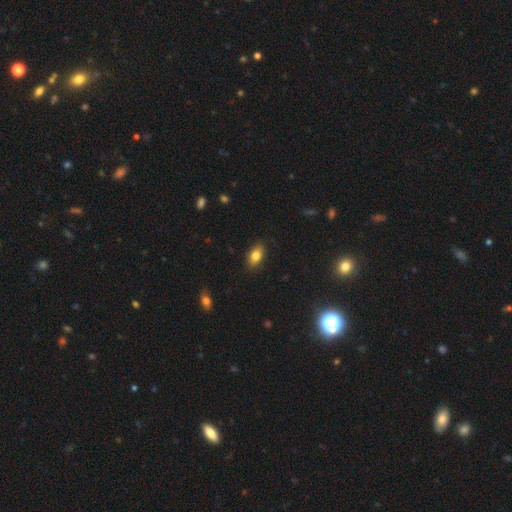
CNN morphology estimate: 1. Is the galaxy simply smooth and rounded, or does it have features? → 81% smooth, 10% featured or disk, 9% star or artifact.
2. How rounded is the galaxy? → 87% in between, 9% round, 4% cigar-shaped.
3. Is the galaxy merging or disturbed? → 86% none, 11% minor disturbance, 2% major disturbance, 1% merger.